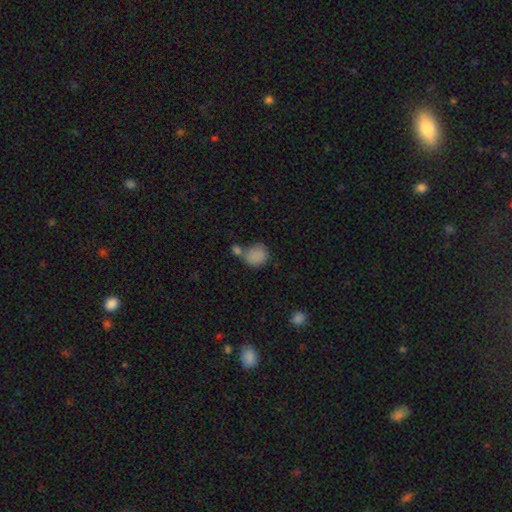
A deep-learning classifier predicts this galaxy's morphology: This appears to be a smooth galaxy with no disk features (85%) that is round (72%). Merging: none (45%).